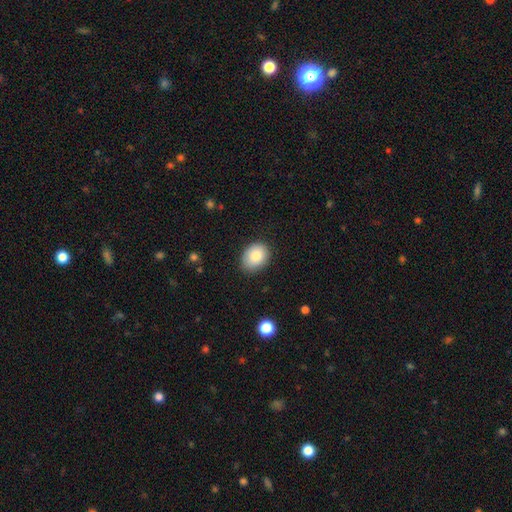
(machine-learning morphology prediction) Smooth or featured? Predicted: smooth (p=0.84). How rounded? Predicted: in between (p=0.62). Merging? Predicted: none (p=0.83).